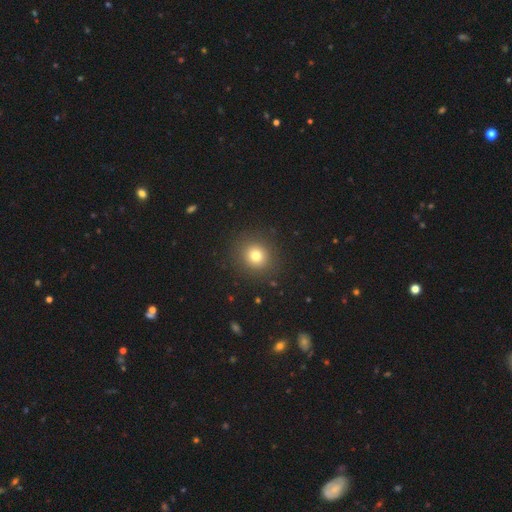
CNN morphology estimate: type=smooth (76%); roundness=round (88%); merging=none (90%).